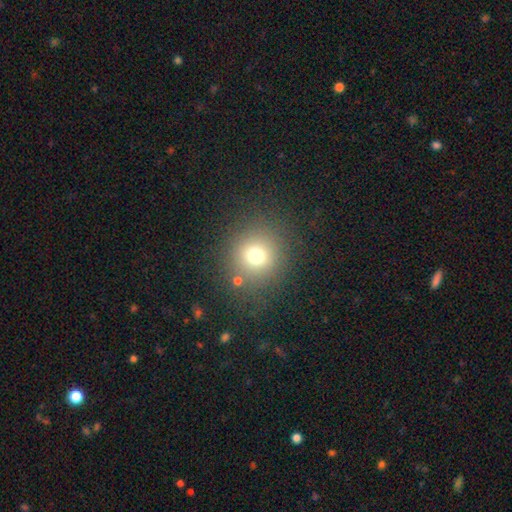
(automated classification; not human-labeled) Smooth or featured? smooth (72%)
How rounded? round (91%)
Merging? none (82%)